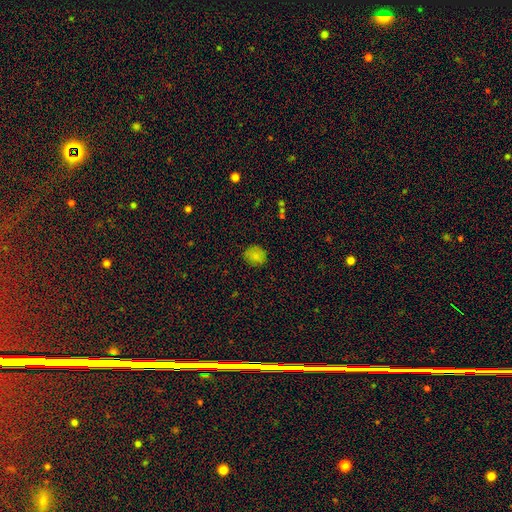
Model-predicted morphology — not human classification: Overall: smooth (82%). How rounded: round (76%). Merging: none (84%).